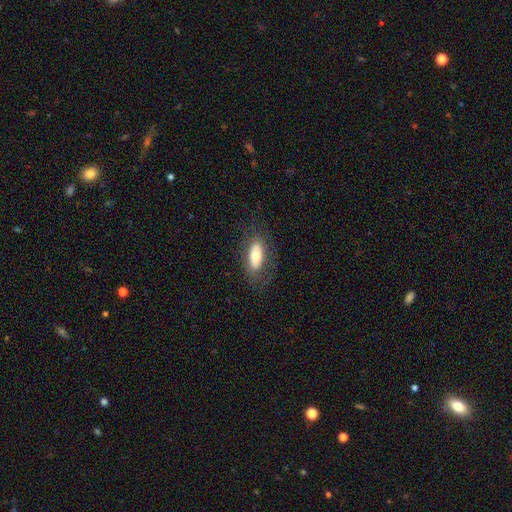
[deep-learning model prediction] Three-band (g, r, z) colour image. It shows a smooth galaxy with no disk features (64%) that is in between round and cigar-shaped (84%). Merging: none (77%).